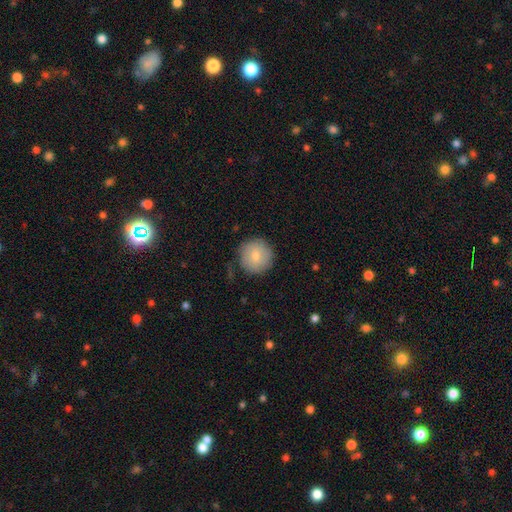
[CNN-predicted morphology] smooth 78%, featured or disk 15%, star or artifact 8%. Down the decision tree: how rounded — round (95%); merging — none (82%).